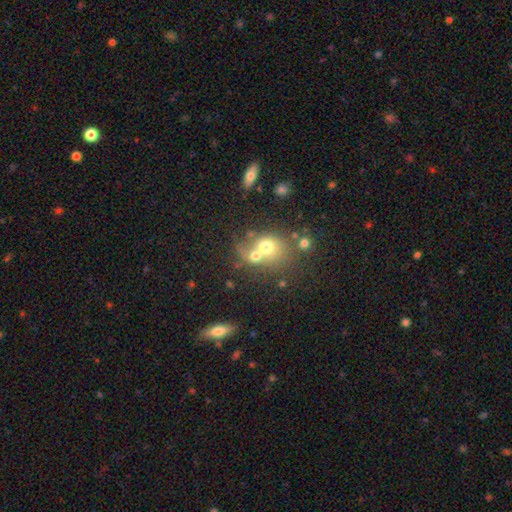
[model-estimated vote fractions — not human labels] smooth 64%, featured or disk 22%, star or artifact 15%. Down the decision tree: how rounded — round (66%); merging — merger (62%).